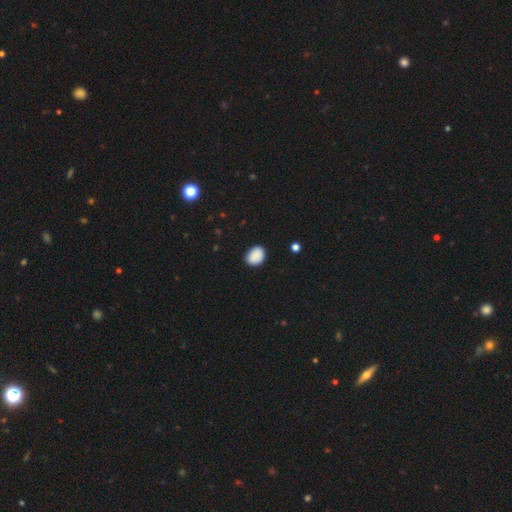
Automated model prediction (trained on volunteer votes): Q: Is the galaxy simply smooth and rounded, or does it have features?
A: smooth — 89%.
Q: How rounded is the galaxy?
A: in between — 68%.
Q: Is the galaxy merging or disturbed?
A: none — 85%.